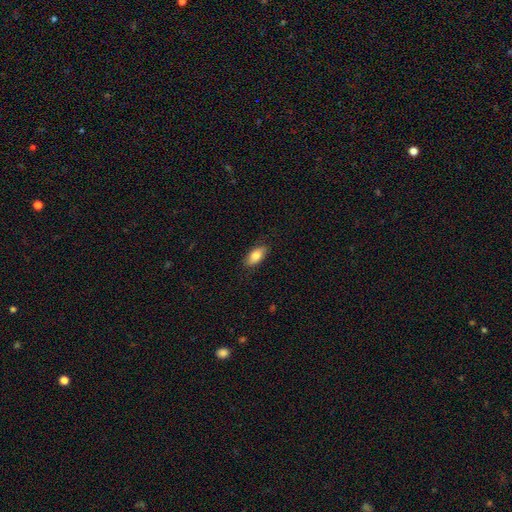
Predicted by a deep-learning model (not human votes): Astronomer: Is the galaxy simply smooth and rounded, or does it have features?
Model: smooth — 80%.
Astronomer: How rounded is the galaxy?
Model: in between — 89%.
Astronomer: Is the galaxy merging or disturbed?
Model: none — 85%.